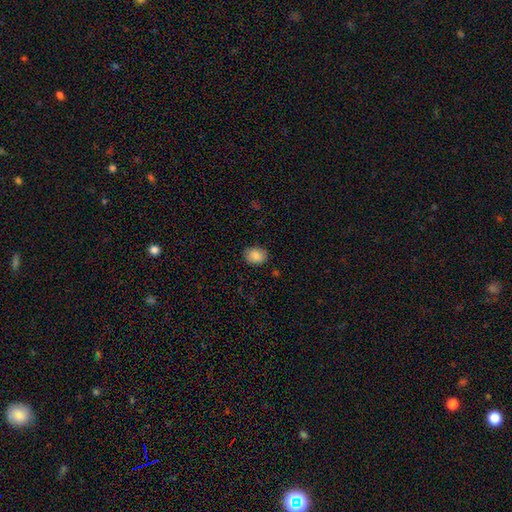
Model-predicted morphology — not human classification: type=smooth (87%); roundness=in between (55%); merging=none (84%).